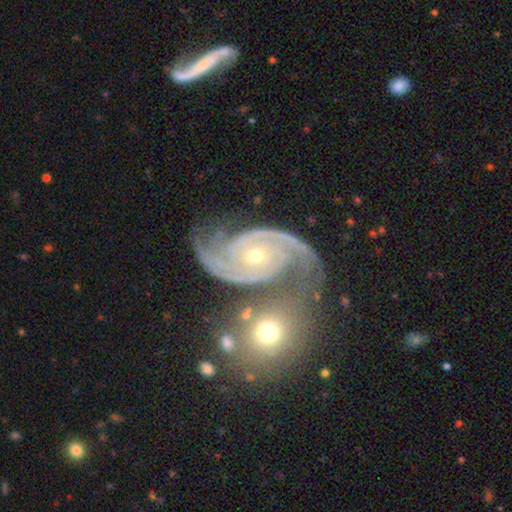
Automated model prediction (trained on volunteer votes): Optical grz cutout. It shows a featured or disk galaxy (92%) with no bar (67%), 2 (61%) tight (48%) spiral arms (99%) and a small central bulge (64%). Merging: none (53%).